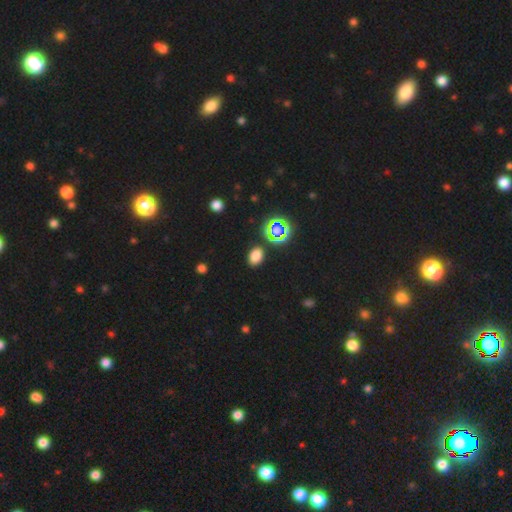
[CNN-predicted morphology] Smooth or featured? smooth (73%)
How rounded? in between (77%)
Merging? none (85%)